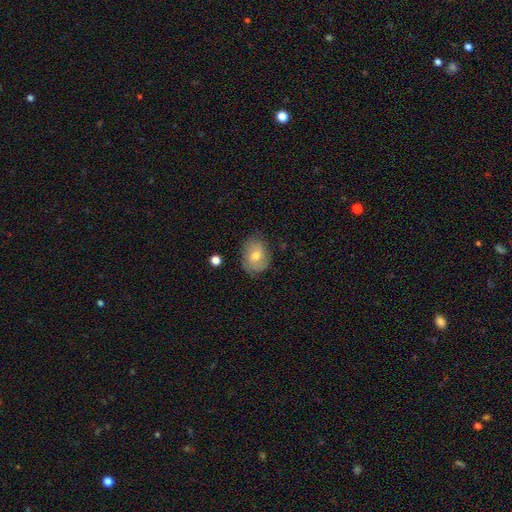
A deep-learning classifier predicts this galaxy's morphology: This is possibly a smooth galaxy (51%). How rounded: possibly in between (55%). Merging: likely none (72%).